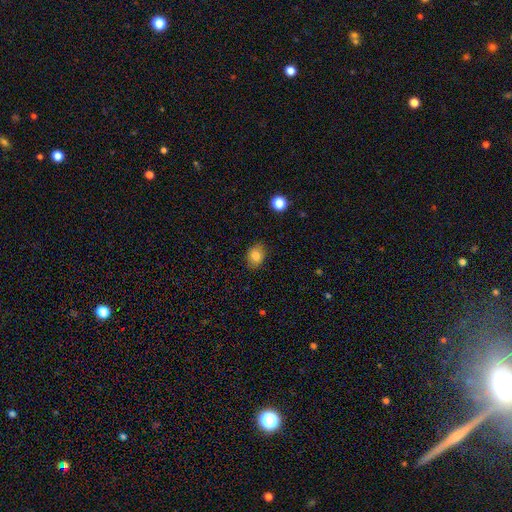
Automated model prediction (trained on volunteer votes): Overall: smooth (83%). How rounded: in between (62%; round 37%). Merging: none (83%).